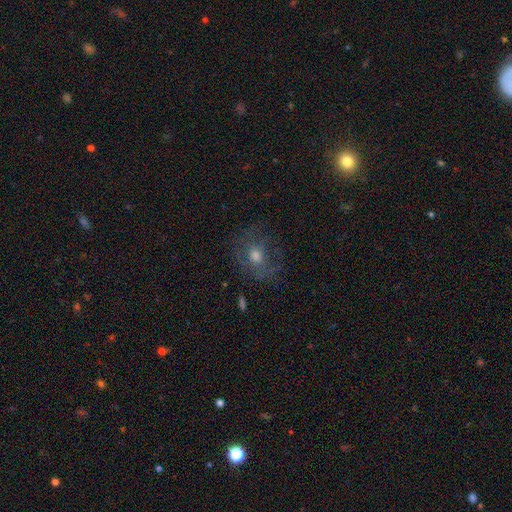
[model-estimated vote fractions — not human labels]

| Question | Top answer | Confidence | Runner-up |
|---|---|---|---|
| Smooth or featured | featured or disk | 44% | smooth (39%) |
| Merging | none | 65% | minor disturbance (18%) |